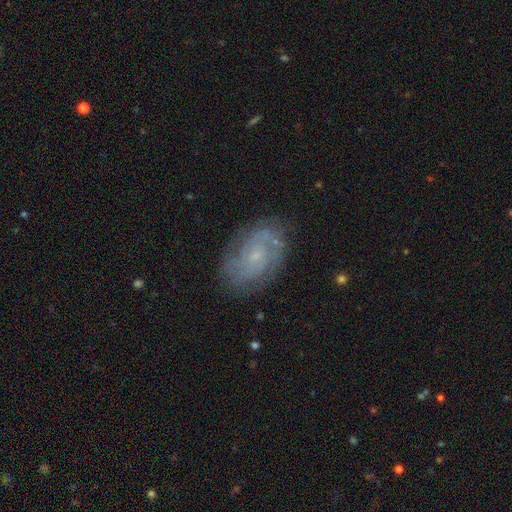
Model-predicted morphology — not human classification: smooth-or-featured: featured or disk: 73% | smooth: 19% | star or artifact: 9%
  disk-edge-on: no: 97% | yes: 3%
    bar: no: 71% | weak: 25% | strong: 3%
    has-spiral-arms: yes: 90% | no: 10%
      spiral-winding: tight: 50% | medium: 38% | loose: 13%
      spiral-arm-count: 2: 41% | can't tell: 34% | 3: 11% | 4: 5% | 1: 4% | more than 4: 4%
    bulge-size: small: 75% | moderate: 16% | none: 7% | large: 1% | dominant: 1%
  merging: none: 79% | minor disturbance: 15% | major disturbance: 5% | merger: 1%